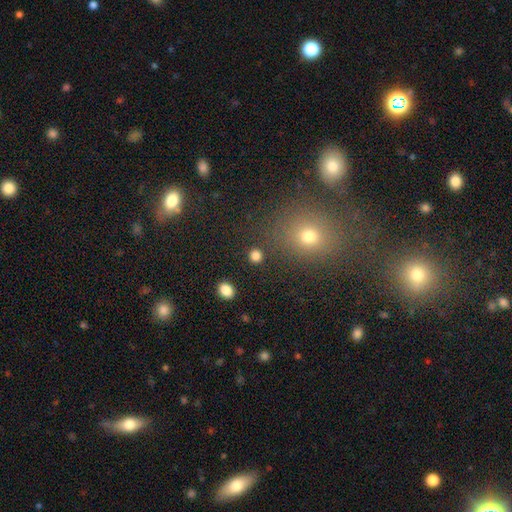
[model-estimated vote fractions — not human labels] The model was most divided on "smooth or featured": smooth: 82%, star or artifact: 14%, featured or disk: 4%. More confident: merging — none (89%); how rounded — round (87%).